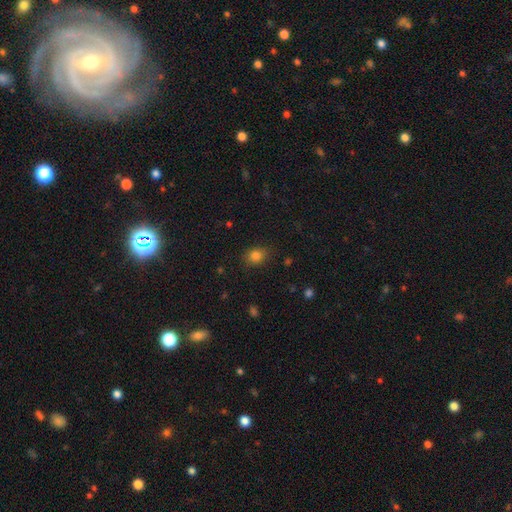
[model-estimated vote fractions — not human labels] Smooth or featured? smooth (81%)
How rounded? round (54%)
Merging? none (83%)